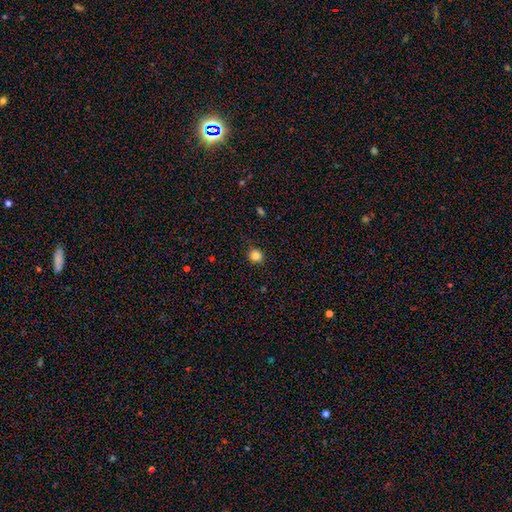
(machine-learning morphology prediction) Q: Smooth or featured?
A: smooth (84%); runner-up: star or artifact (12%)
Q: How rounded?
A: round (89%); runner-up: in between (10%)
Q: Merging?
A: none (90%); runner-up: minor disturbance (7%)